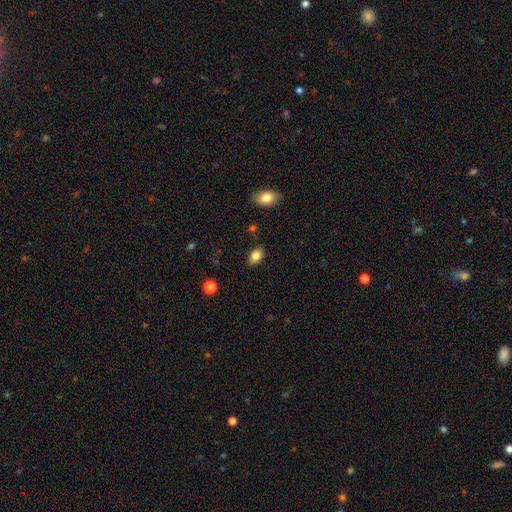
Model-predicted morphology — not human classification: Smooth or featured? smooth (84%)
How rounded? in between (82%)
Merging? none (84%)